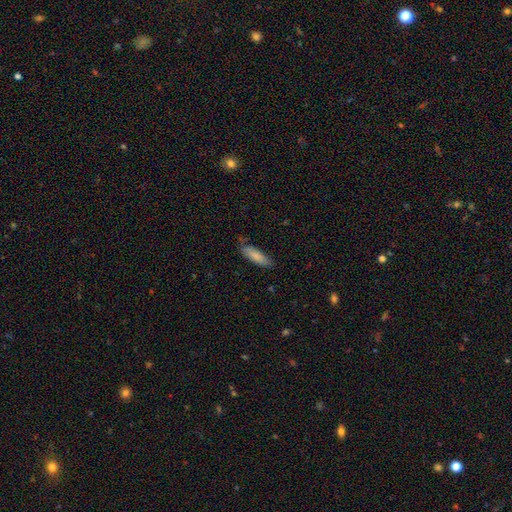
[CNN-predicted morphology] Smooth or featured? smooth (80%)
How rounded? in between (52%)
Merging? none (73%)